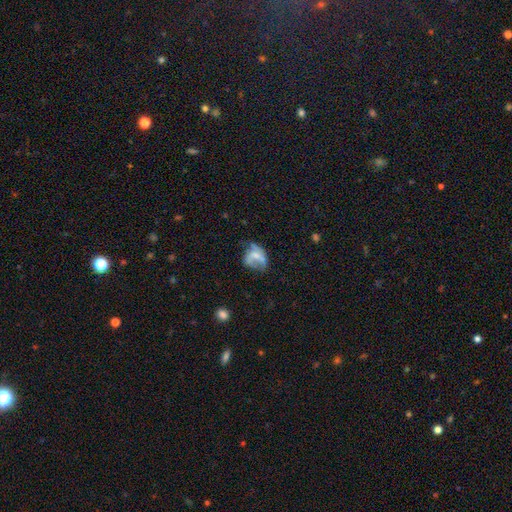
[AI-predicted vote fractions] Overall: featured or disk (47%; smooth 42%). Merging: major disturbance (36%; none 32%).